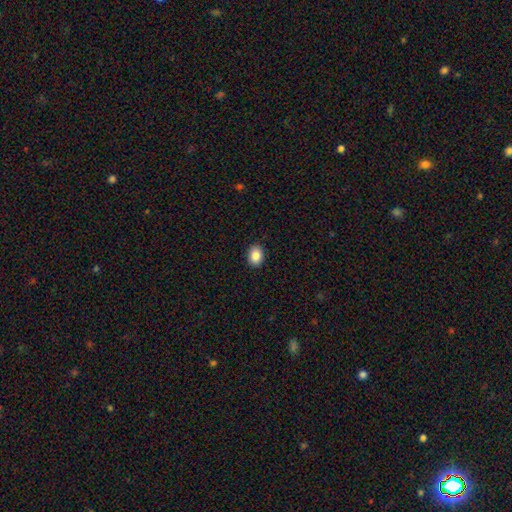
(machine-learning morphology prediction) Smooth or featured? Predicted: smooth (p=0.87). How rounded? Predicted: in between (p=0.59). Merging? Predicted: none (p=0.91).